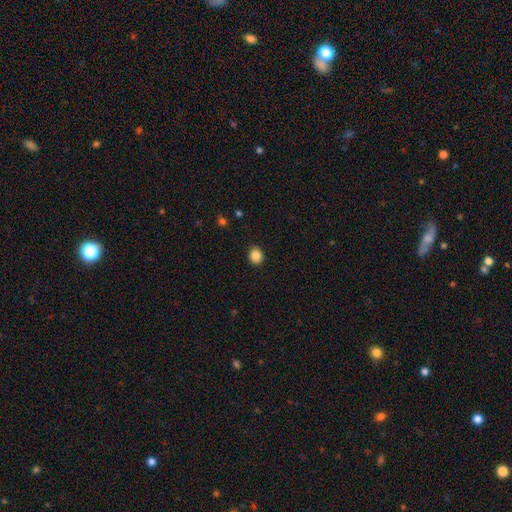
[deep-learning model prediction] smooth-or-featured: smooth: 87% | star or artifact: 10% | featured or disk: 4%
  how-rounded: round: 61% | in between: 38% | cigar-shaped: 1%
  merging: none: 91% | minor disturbance: 6% | major disturbance: 2% | merger: 1%